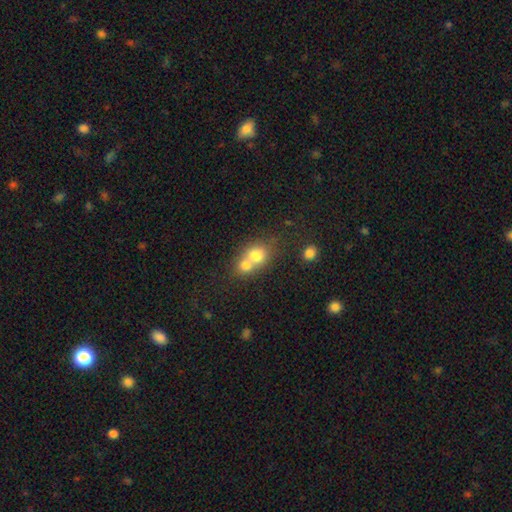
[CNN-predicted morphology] A smooth galaxy with no disk features (73%) that is round (71%).

Vote fractions:
- Smooth or featured? smooth: 73% / featured or disk: 16% / star or artifact: 11%
- How rounded? round: 71% / in between: 28% / cigar-shaped: 1%
- Merging? merger: 66% / none: 26% / minor disturbance: 5% / major disturbance: 3%